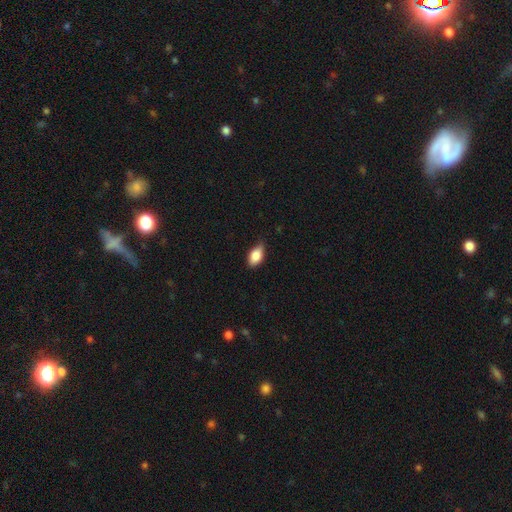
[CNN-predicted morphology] smooth-or-featured: smooth: 84% | featured or disk: 9% | star or artifact: 7%
  how-rounded: in between: 90% | round: 6% | cigar-shaped: 4%
  merging: none: 74% | minor disturbance: 22% | major disturbance: 3% | merger: 1%